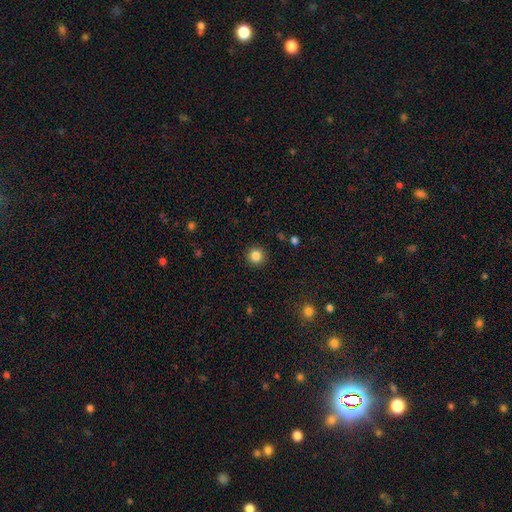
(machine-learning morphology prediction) Overall: smooth (84%). How rounded: round (94%). Merging: none (92%).